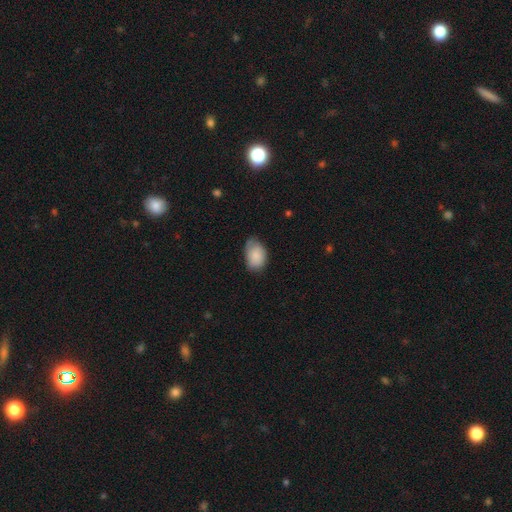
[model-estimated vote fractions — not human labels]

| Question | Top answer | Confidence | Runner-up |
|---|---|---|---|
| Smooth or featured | smooth | 84% | featured or disk (10%) |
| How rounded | in between | 87% | round (12%) |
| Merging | none | 54% | minor disturbance (36%) |